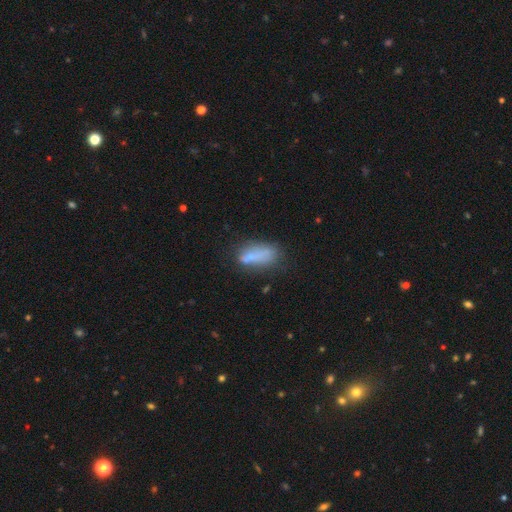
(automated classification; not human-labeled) Smooth or featured? Predicted: smooth (p=0.65). How rounded? Predicted: in between (p=0.71). Merging? Predicted: none (p=0.50).